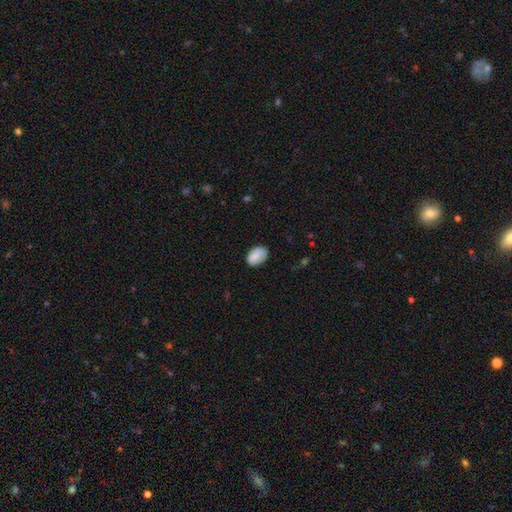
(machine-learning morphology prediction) type=smooth (85%); roundness=in between (87%); merging=none (77%).